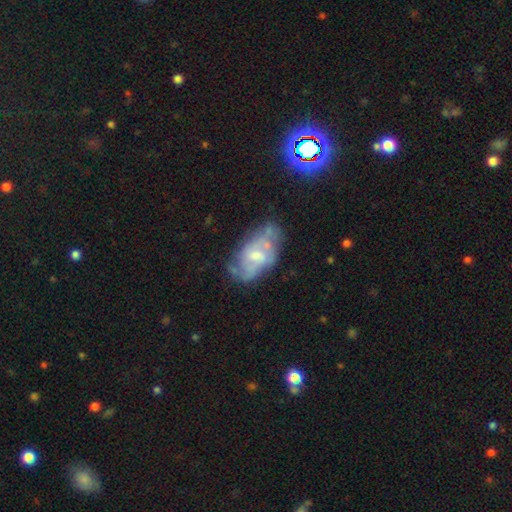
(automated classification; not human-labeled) A featured or disk galaxy (69%) with no bar (45%, tied with weak), spiral arms (76%) and a small central bulge (47%). Merging: none (55%).